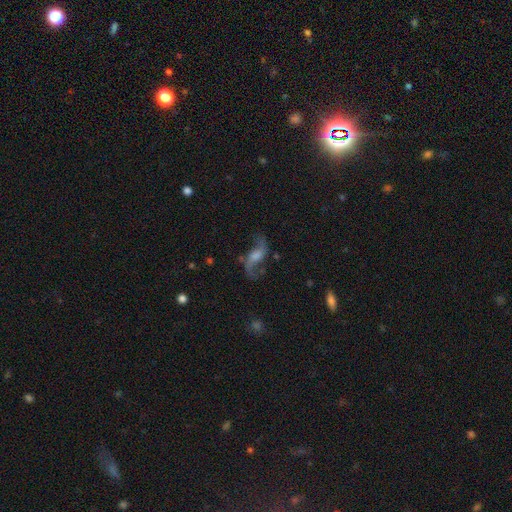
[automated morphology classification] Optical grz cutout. It shows a featured or disk galaxy (82%) with a weak bar (42%), 2 (92%) loose (85%) spiral arms (94%) and a moderate central bulge (34%). Merging: none (70%).